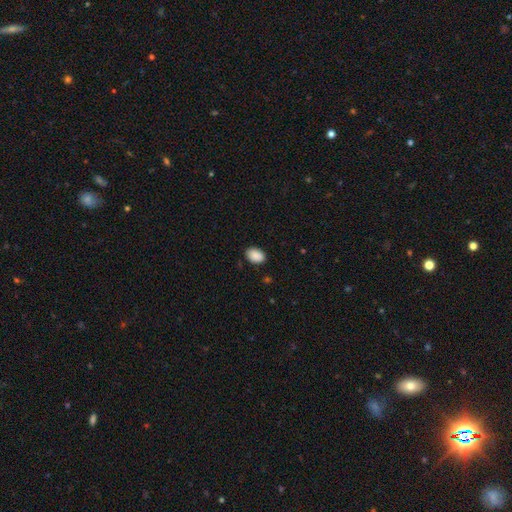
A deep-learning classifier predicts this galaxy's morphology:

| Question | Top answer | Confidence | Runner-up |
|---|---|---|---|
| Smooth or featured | smooth | 90% | star or artifact (7%) |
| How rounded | in between | 84% | round (15%) |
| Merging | none | 86% | minor disturbance (11%) |